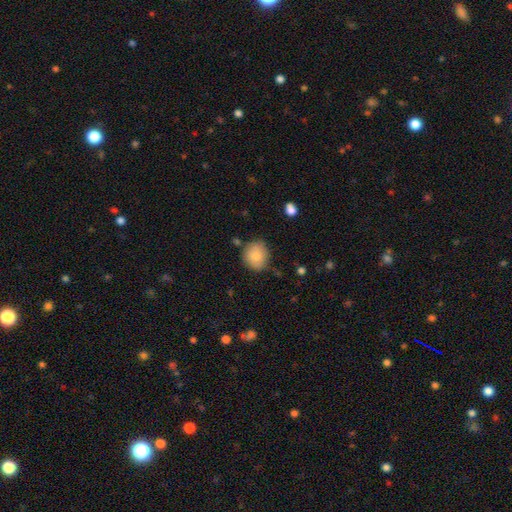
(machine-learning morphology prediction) A smooth galaxy with no disk features (84%) that is round (77%). Merging: none (74%).